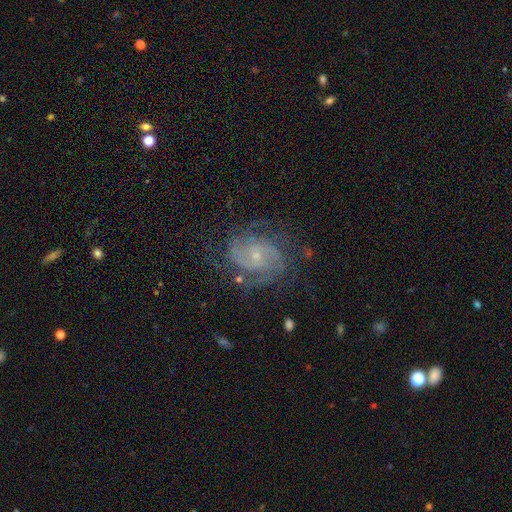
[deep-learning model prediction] Q: Smooth or featured?
A: featured or disk (85%); runner-up: smooth (8%)
Q: Edge-on disk?
A: no (98%); runner-up: yes (2%)
Q: Bar?
A: no (57%); runner-up: weak (36%)
Q: Spiral arms?
A: yes (96%); runner-up: no (4%)
Q: Spiral winding?
A: tight (44%); tied with: medium (44%)
Q: Spiral arm count?
A: 2 (53%); runner-up: can't tell (20%)
Q: Bulge size?
A: small (76%); runner-up: moderate (19%)
Q: Merging?
A: none (70%); runner-up: minor disturbance (17%)